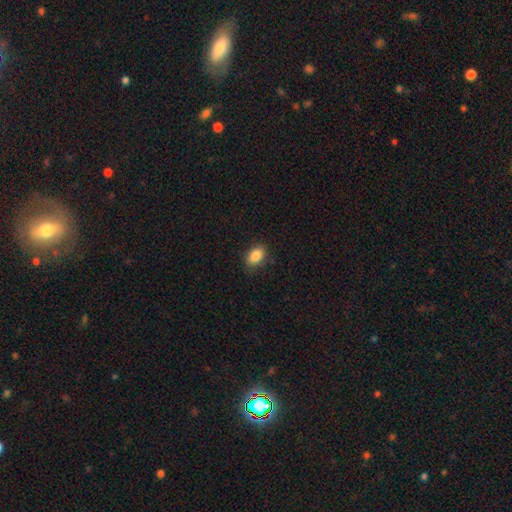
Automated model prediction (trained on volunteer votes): Smooth or featured? Predicted: smooth (p=0.86). How rounded? Predicted: in between (p=0.85). Merging? Predicted: none (p=0.85).